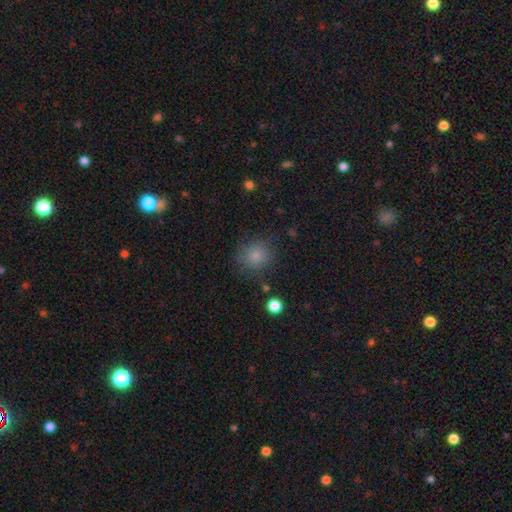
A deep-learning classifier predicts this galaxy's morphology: Smooth or featured: smooth — 82% (star or artifact — 12%)
How rounded: round — 83% (in between — 16%)
Merging: none — 78% (minor disturbance — 14%)